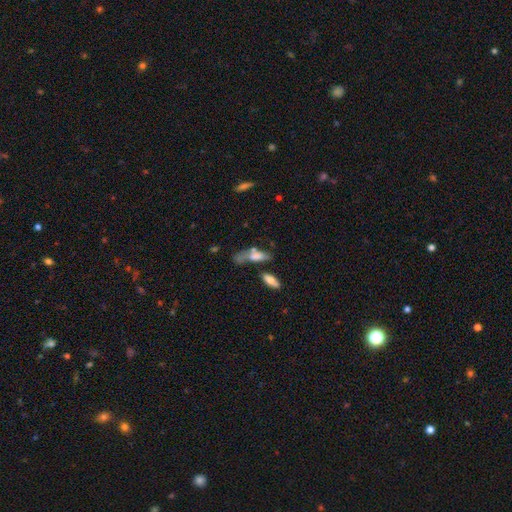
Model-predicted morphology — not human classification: Q: Smooth or featured?
A: smooth (62%); runner-up: featured or disk (27%)
Q: How rounded?
A: in between (59%); runner-up: cigar-shaped (37%)
Q: Merging?
A: none (33%); runner-up: merger (26%)